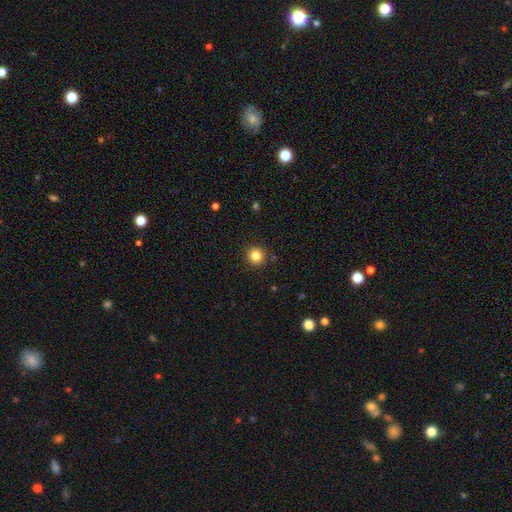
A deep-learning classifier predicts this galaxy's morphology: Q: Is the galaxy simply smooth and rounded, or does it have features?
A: smooth — 83%.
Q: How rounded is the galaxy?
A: round — 94%.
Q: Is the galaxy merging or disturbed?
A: none — 91%.